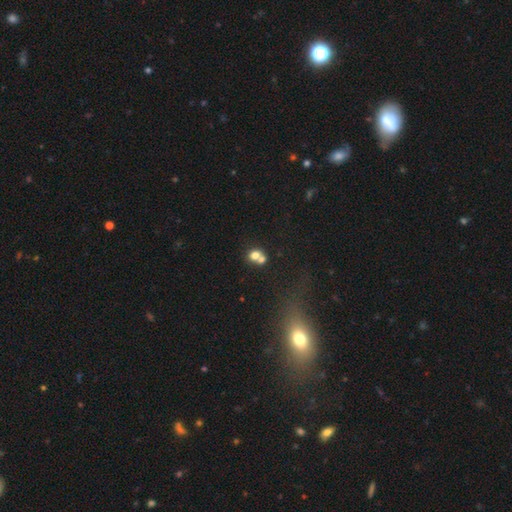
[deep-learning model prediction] A smooth galaxy with no disk features (71%) that is round (71%). Merging: merger (53%).